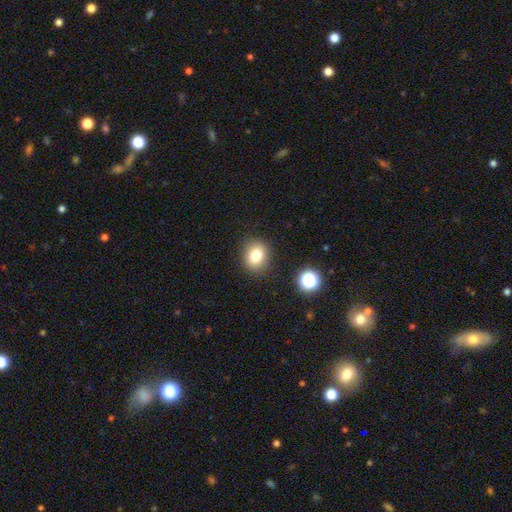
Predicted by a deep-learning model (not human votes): smooth_or_featured: smooth (p=0.79) [alt: star or artifact p=0.12]
how_rounded: round (p=0.64) [alt: in between p=0.36]
merging: none (p=0.87) [alt: minor disturbance p=0.09]